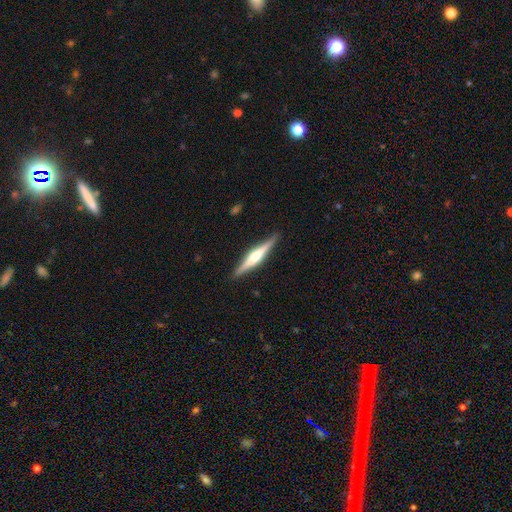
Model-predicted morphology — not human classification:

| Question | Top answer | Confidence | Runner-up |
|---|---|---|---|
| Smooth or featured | featured or disk | 72% | smooth (23%) |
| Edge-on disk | yes | 98% | no (2%) |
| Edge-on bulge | rounded | 67% | boxy (23%) |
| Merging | none | 90% | minor disturbance (7%) |